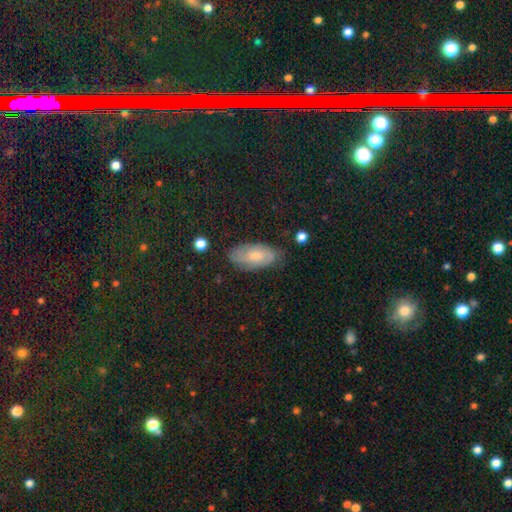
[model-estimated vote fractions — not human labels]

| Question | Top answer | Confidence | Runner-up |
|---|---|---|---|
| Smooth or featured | smooth | 45% | featured or disk (43%) |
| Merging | none | 74% | minor disturbance (19%) |